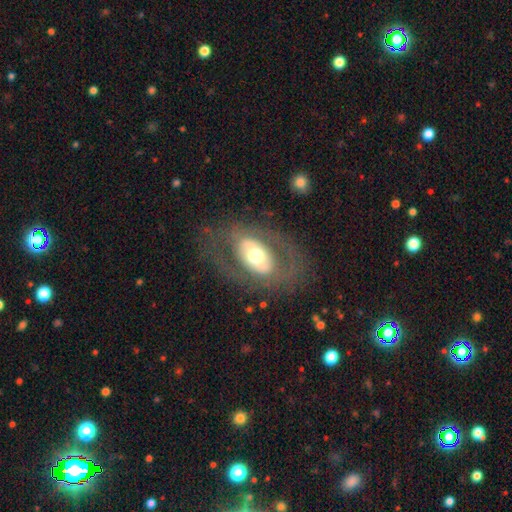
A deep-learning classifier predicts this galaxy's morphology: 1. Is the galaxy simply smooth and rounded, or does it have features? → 61% featured or disk, 32% smooth, 7% star or artifact.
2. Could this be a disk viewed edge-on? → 91% no, 9% yes.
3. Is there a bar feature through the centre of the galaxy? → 63% no, 20% weak, 17% strong.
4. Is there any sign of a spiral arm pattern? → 66% no, 34% yes.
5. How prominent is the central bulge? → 60% moderate, 27% large, 8% small, 4% dominant, 1% none.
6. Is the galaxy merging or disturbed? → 72% none, 13% minor disturbance, 13% major disturbance, 1% merger.